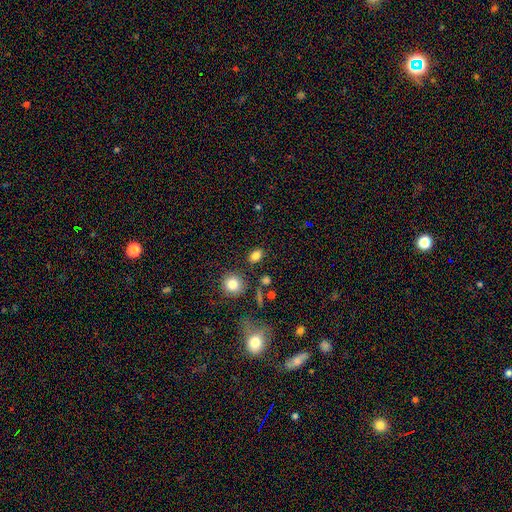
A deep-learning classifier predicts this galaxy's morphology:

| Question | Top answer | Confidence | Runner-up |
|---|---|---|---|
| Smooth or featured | smooth | 82% | star or artifact (12%) |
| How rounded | in between | 72% | round (26%) |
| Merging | none | 83% | minor disturbance (9%) |